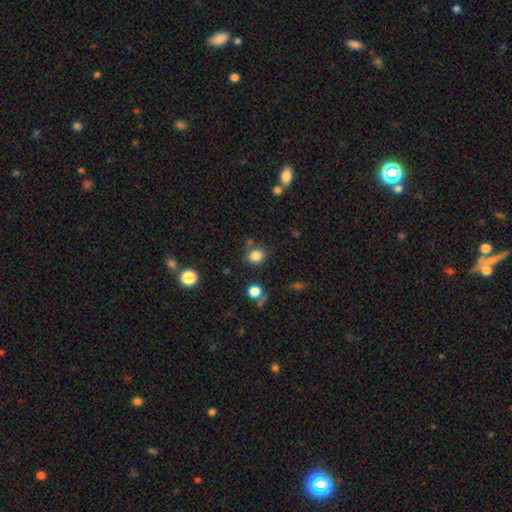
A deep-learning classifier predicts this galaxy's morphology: Smooth or featured?
  - smooth: 83% *
  - star or artifact: 12%
  - featured or disk: 5%
How rounded?
  - round: 74% *
  - in between: 25%
  - cigar-shaped: 1%
Merging?
  - none: 78% *
  - minor disturbance: 11%
  - merger: 7%
  - major disturbance: 4%